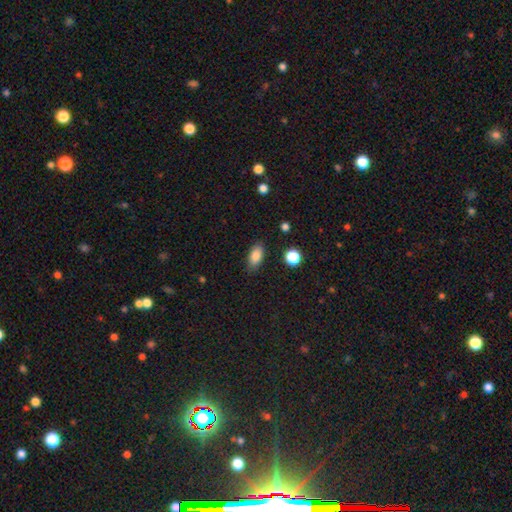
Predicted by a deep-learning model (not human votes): The model was most divided on "merging": none: 85%, minor disturbance: 11%, major disturbance: 3%, merger: 1%. More confident: how rounded — in between (87%); smooth or featured — smooth (85%).